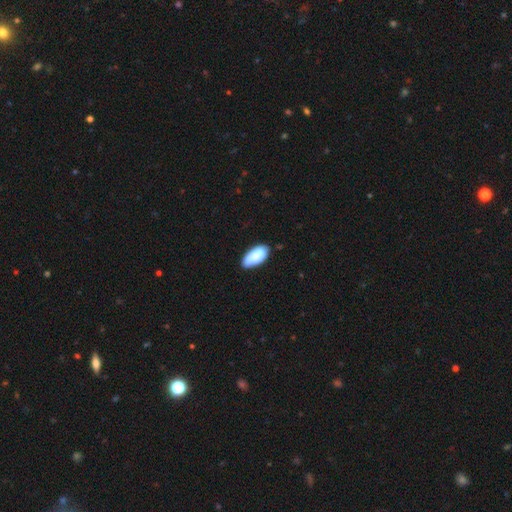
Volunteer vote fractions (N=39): Overall: smooth (87%). How rounded: in between (94%). Merging: none (68%).